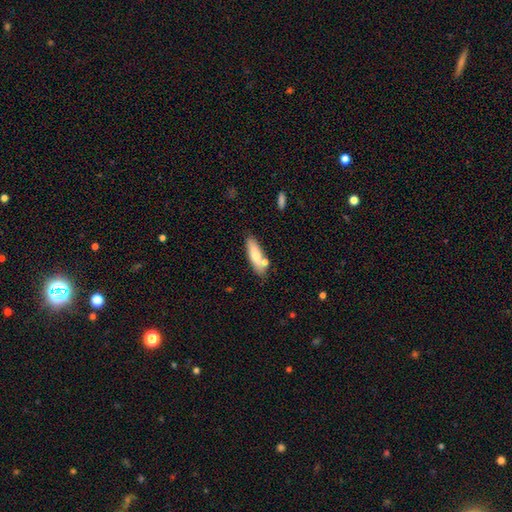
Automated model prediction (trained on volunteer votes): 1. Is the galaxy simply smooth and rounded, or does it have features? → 69% smooth, 24% featured or disk, 6% star or artifact.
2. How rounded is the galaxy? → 59% cigar-shaped, 39% in between, 2% round.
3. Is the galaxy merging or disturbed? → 72% none, 14% minor disturbance, 11% merger, 3% major disturbance.